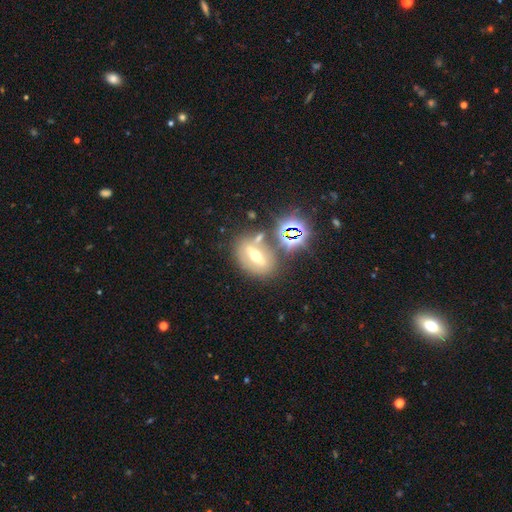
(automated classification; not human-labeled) featured or disk 51%, smooth 27%, star or artifact 22%. Down the decision tree: edge-on disk — no (65%); merging — none (66%).